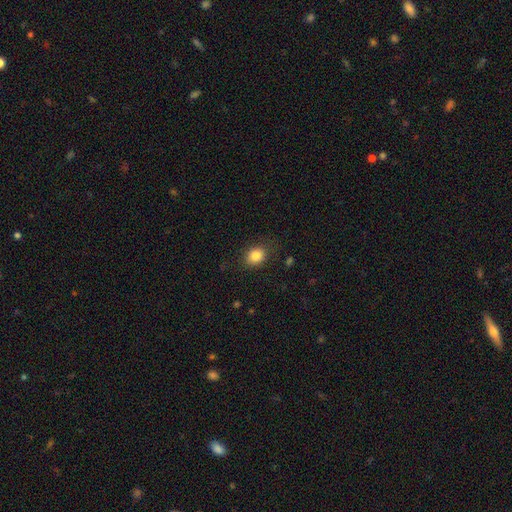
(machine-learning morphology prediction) Q: Smooth or featured?
A: smooth (83%); runner-up: star or artifact (10%)
Q: How rounded?
A: round (60%); runner-up: in between (39%)
Q: Merging?
A: none (83%); runner-up: minor disturbance (13%)